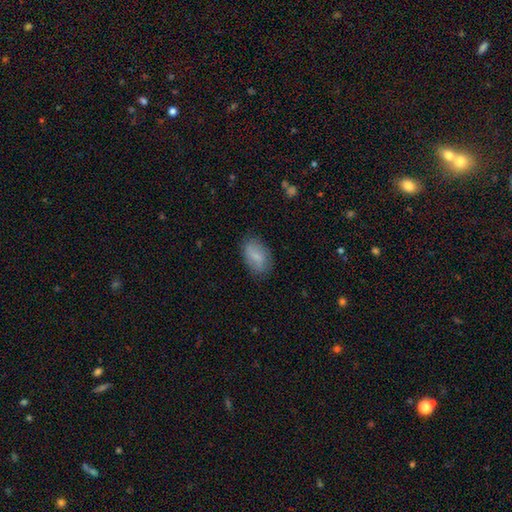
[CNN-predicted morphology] type=smooth (76%); roundness=in between (90%); merging=none (79%).